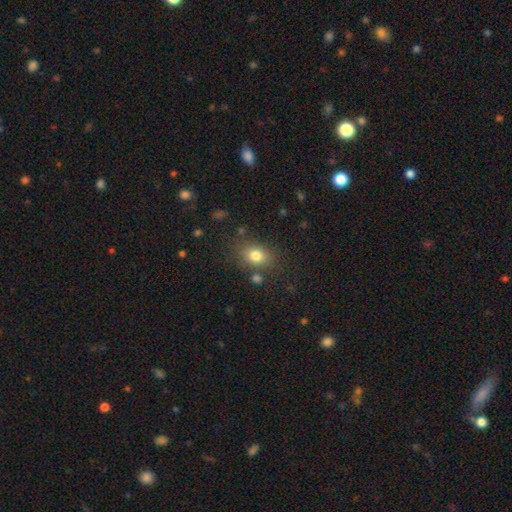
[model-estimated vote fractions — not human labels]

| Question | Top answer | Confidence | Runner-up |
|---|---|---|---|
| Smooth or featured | smooth | 79% | star or artifact (12%) |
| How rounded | in between | 59% | round (40%) |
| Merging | none | 77% | minor disturbance (13%) |